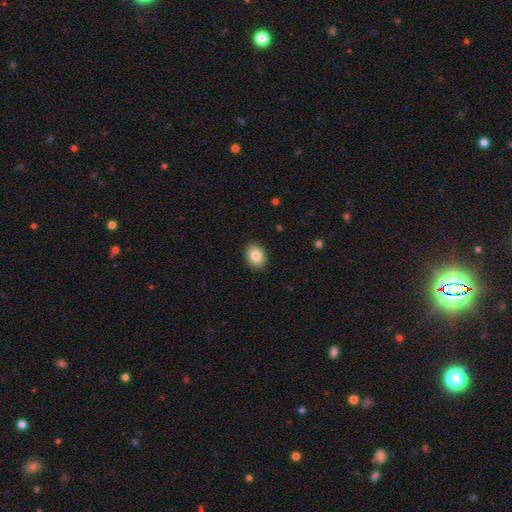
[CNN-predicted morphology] The model was most divided on "how rounded": in between: 71%, round: 29%, cigar-shaped: 1%. More confident: merging — none (90%); smooth or featured — smooth (85%).